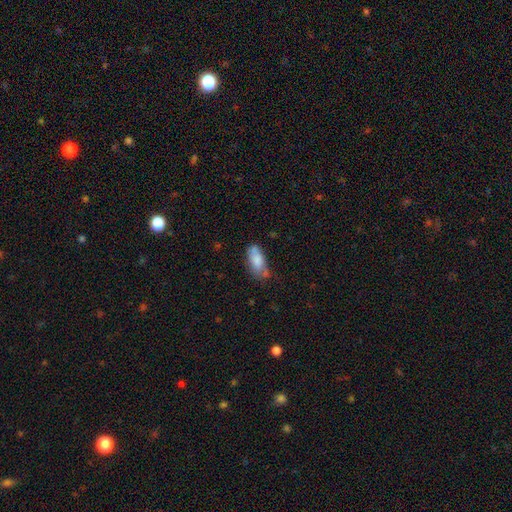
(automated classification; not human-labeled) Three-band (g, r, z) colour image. It shows a smooth galaxy with no disk features (74%) that is in between round and cigar-shaped (82%). Merging: none (55%).